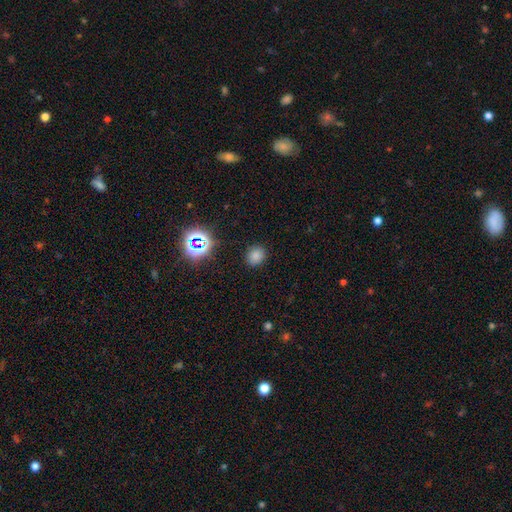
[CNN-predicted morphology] The model was most divided on "how rounded": round: 63%, in between: 36%, cigar-shaped: 1%. More confident: merging — none (87%); smooth or featured — smooth (76%).